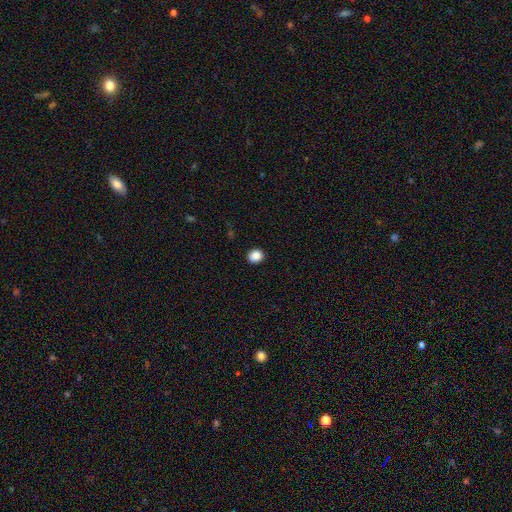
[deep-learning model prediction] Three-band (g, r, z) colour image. It shows a smooth galaxy with no disk features (87%) that is round (75%). Merging: none (92%).